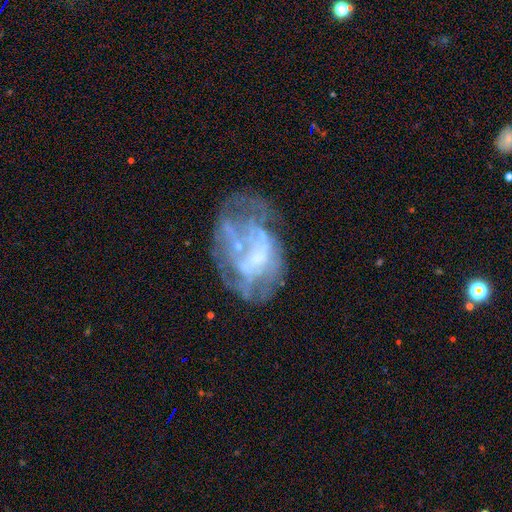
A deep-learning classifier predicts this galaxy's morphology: Smooth or featured? featured or disk (70%)
Edge-on disk? no (98%)
Bar? no (73%)
Spiral arms? no (74%)
Bulge size? none (47%)
Merging? none (40%)